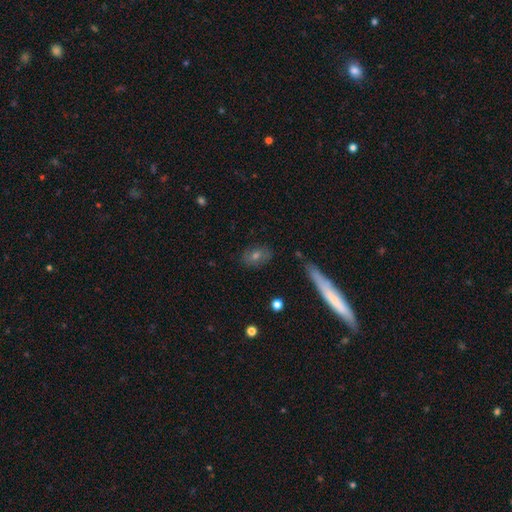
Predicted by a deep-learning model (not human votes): This appears to be a smooth galaxy with no disk features (56%) that is in between round and cigar-shaped (67%). Merging: none (78%).